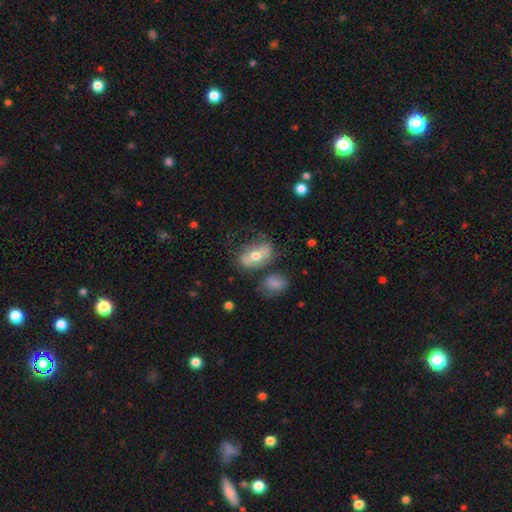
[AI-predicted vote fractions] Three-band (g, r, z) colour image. It shows a smooth galaxy with no disk features (51%) that is in between round and cigar-shaped (85%). Merging: none (60%).